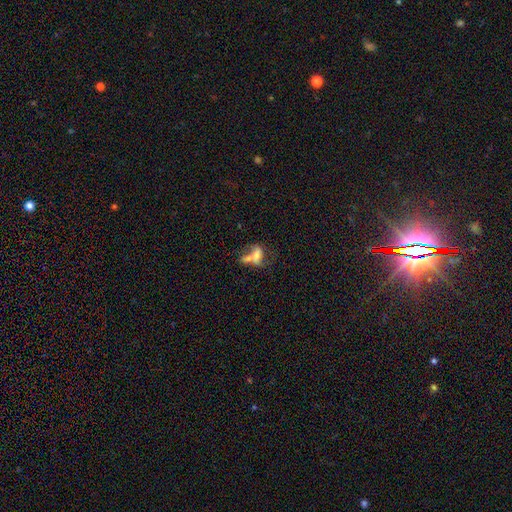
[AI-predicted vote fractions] Q: Smooth or featured?
A: smooth (51%); runner-up: featured or disk (38%)
Q: How rounded?
A: in between (80%); runner-up: round (13%)
Q: Merging?
A: merger (55%); runner-up: none (19%)